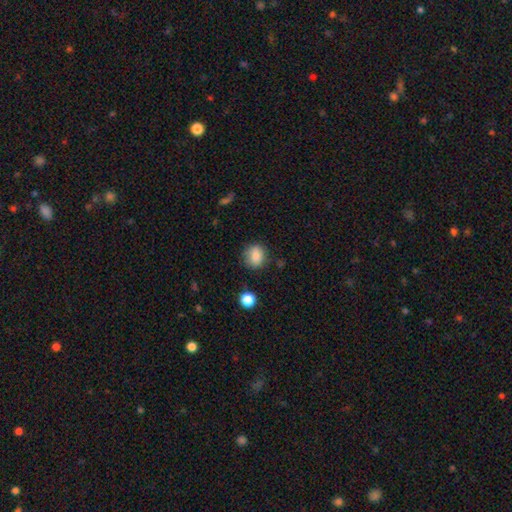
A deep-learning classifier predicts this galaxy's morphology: A smooth galaxy with no disk features (83%) that is round (75%).

Vote fractions:
- Smooth or featured? smooth: 83% / star or artifact: 10% / featured or disk: 7%
- How rounded? round: 75% / in between: 24% / cigar-shaped: 1%
- Merging? none: 80% / minor disturbance: 14% / major disturbance: 4% / merger: 2%